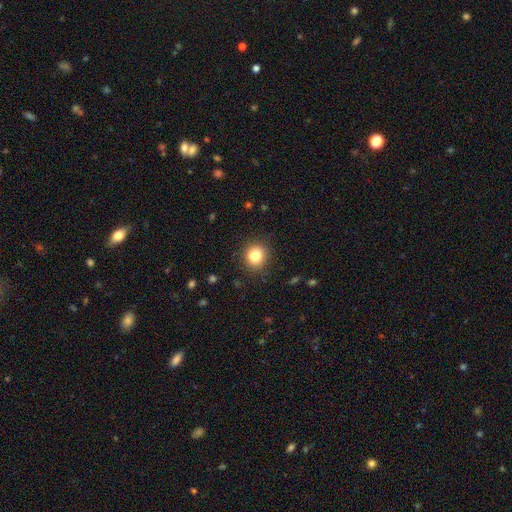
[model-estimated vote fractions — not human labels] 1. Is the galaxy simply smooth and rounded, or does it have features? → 81% smooth, 12% star or artifact, 7% featured or disk.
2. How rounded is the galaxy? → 84% round, 15% in between, 1% cigar-shaped.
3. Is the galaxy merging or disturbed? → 89% none, 8% minor disturbance, 3% major disturbance, 1% merger.